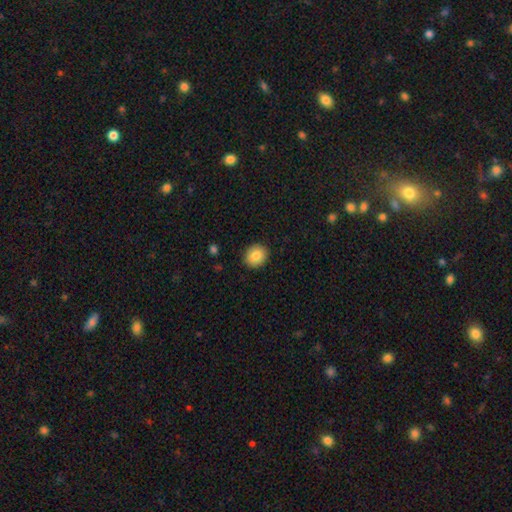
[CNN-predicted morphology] This appears to be a smooth galaxy with no disk features (85%) that is round (76%). Merging: none (90%).